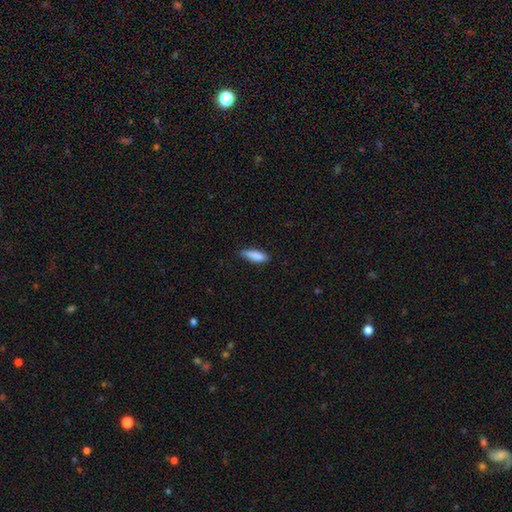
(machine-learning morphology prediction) Smooth or featured? Predicted: smooth (p=0.88). How rounded? Predicted: in between (p=0.52). Merging? Predicted: none (p=0.77).